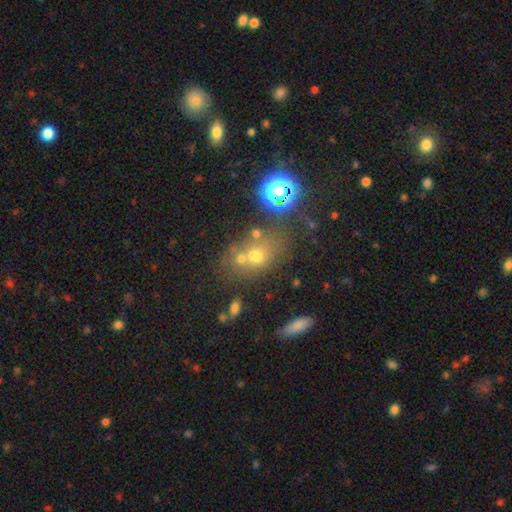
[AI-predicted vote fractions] smooth 55%, star or artifact 25%, featured or disk 19%. Down the decision tree: how rounded — in between (51%); merging — none (49%).